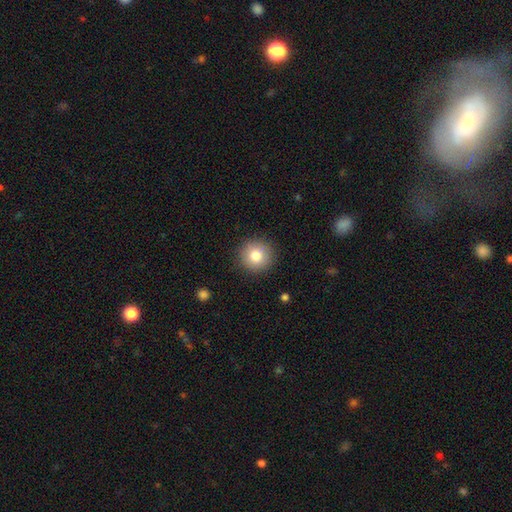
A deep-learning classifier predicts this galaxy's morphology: Smooth or featured? smooth (81%)
How rounded? round (94%)
Merging? none (91%)